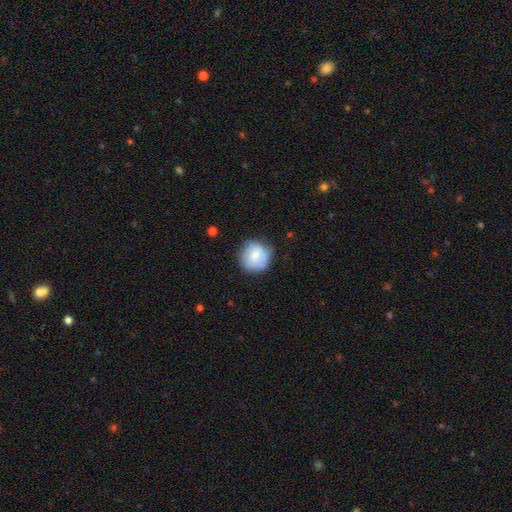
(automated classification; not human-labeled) smooth-or-featured: smooth: 76% | featured or disk: 17% | star or artifact: 7%
  how-rounded: round: 92% | in between: 7% | cigar-shaped: 1%
  merging: none: 75% | minor disturbance: 18% | major disturbance: 5% | merger: 2%